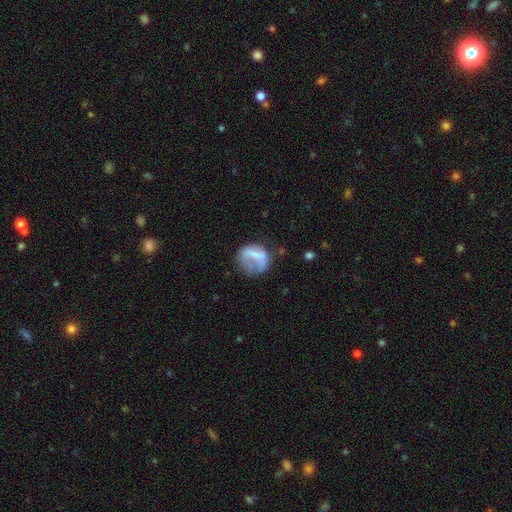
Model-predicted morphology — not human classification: Q: Smooth or featured?
A: smooth (57%); runner-up: featured or disk (33%)
Q: How rounded?
A: round (76%); runner-up: in between (22%)
Q: Merging?
A: none (41%); runner-up: major disturbance (30%)